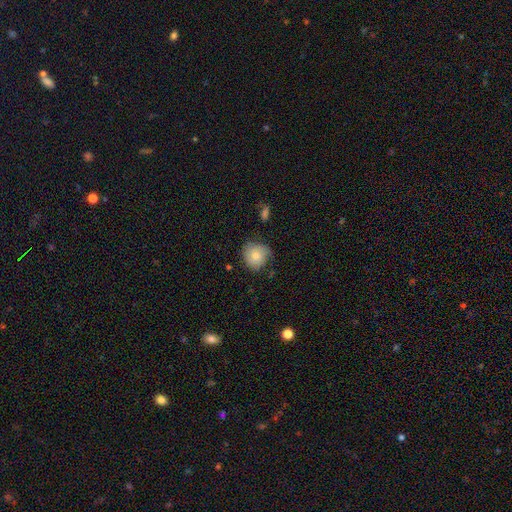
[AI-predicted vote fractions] A smooth galaxy with no disk features (77%) that is round (85%). Merging: none (63%).